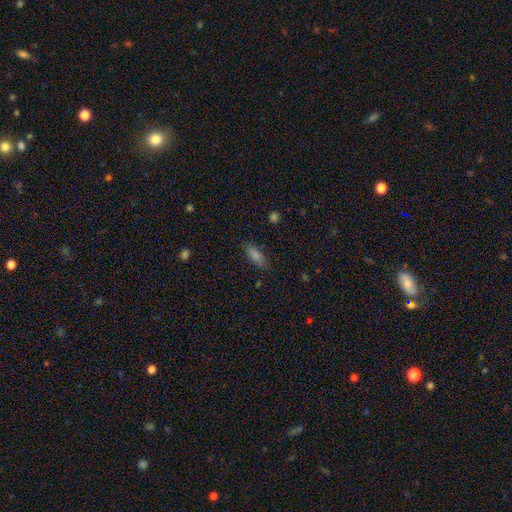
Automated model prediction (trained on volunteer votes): This is likely a smooth galaxy (76%). How rounded: possibly in between (60%). Merging: clearly none (85%).